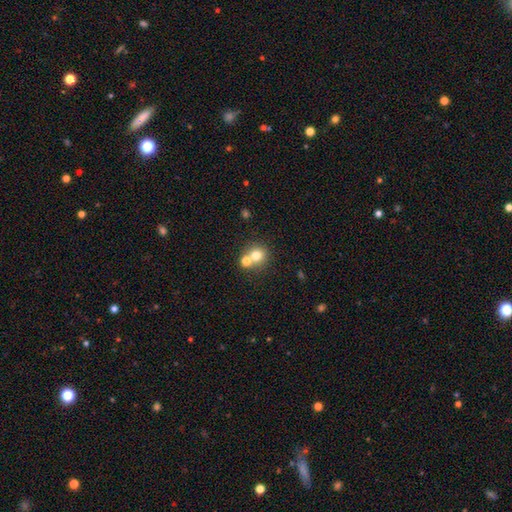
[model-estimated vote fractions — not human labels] Smooth or featured? smooth (74%)
How rounded? round (88%)
Merging? none (52%)